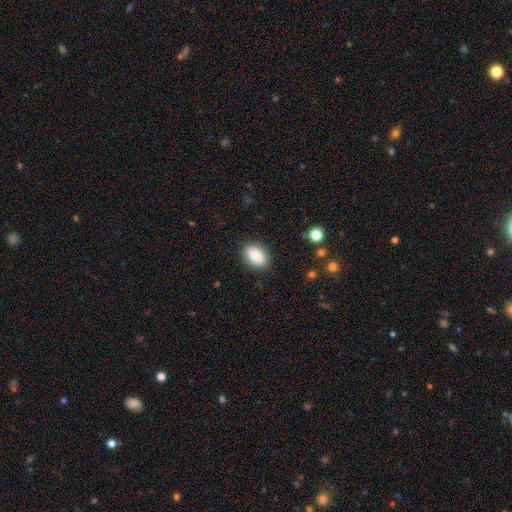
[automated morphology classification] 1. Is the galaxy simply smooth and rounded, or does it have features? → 88% smooth, 7% star or artifact, 5% featured or disk.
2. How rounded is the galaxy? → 91% in between, 8% round, 2% cigar-shaped.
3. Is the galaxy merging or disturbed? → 85% none, 11% minor disturbance, 3% major disturbance, 1% merger.